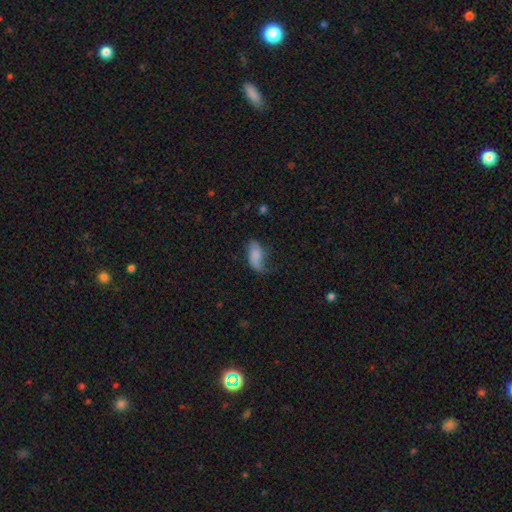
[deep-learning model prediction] Smooth or featured?
  - smooth: 65% *
  - featured or disk: 26%
  - star or artifact: 9%
How rounded?
  - in between: 88% *
  - cigar-shaped: 9%
  - round: 3%
Merging?
  - none: 38% *
  - minor disturbance: 32%
  - major disturbance: 27%
  - merger: 3%